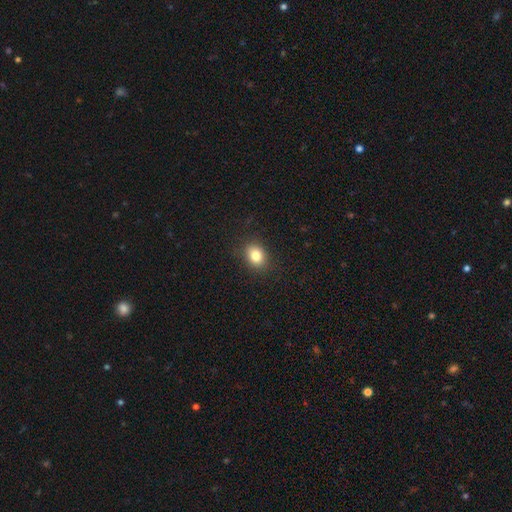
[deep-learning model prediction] Overall: smooth (83%). How rounded: in between (55%; round 43%). Merging: none (88%).